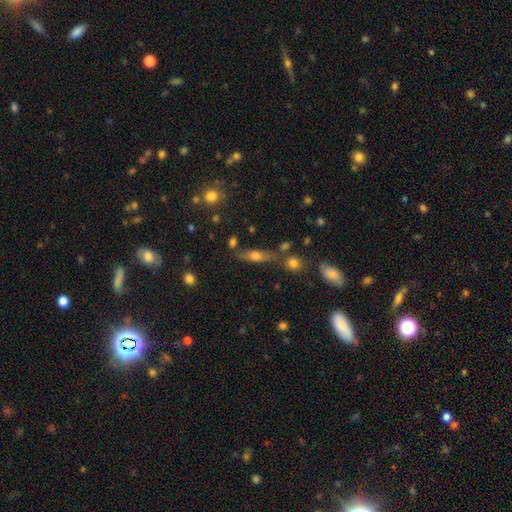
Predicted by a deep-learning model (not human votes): smooth-or-featured: smooth: 50% | featured or disk: 40% | star or artifact: 10%
  merging: none: 66% | minor disturbance: 16% | merger: 13% | major disturbance: 6%